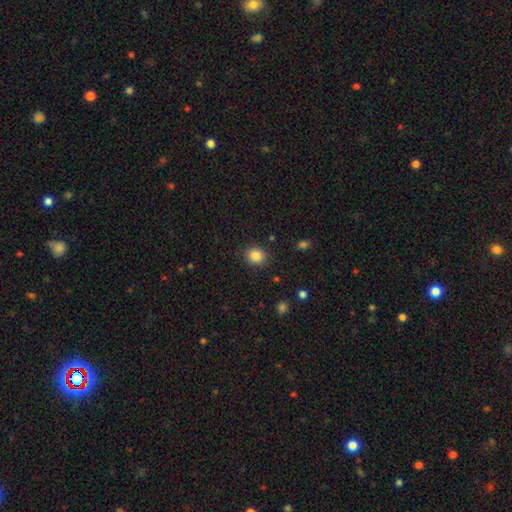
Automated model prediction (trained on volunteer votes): A smooth galaxy with no disk features (86%) that is round (77%). Merging: none (88%).